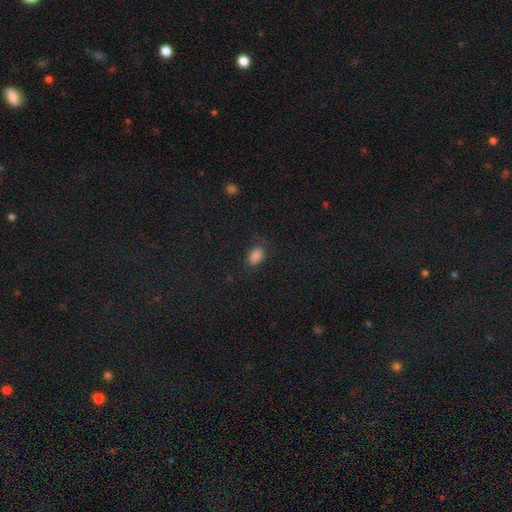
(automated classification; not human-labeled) smooth 84%, star or artifact 13%, featured or disk 4%. Down the decision tree: how rounded — in between (84%); merging — none (77%).